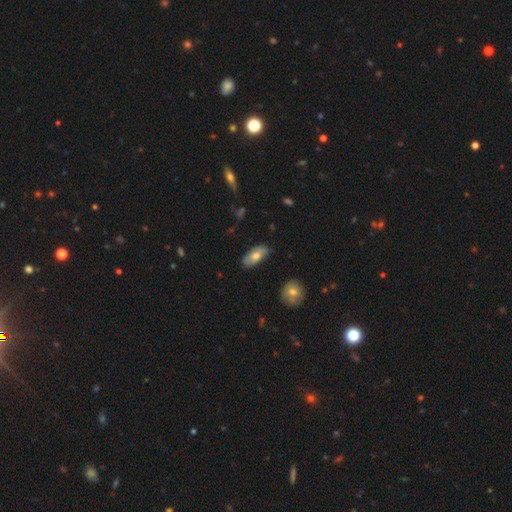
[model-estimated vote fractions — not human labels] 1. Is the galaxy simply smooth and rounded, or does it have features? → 68% smooth, 26% featured or disk, 6% star or artifact.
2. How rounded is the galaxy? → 91% in between, 7% cigar-shaped, 3% round.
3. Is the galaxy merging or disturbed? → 80% none, 15% minor disturbance, 3% major disturbance, 2% merger.